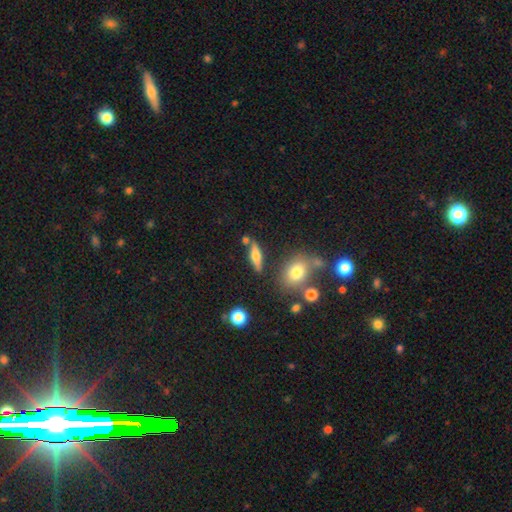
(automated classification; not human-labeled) smooth-or-featured: smooth: 47% | featured or disk: 44% | star or artifact: 9%
  merging: none: 77% | minor disturbance: 11% | merger: 8% | major disturbance: 4%